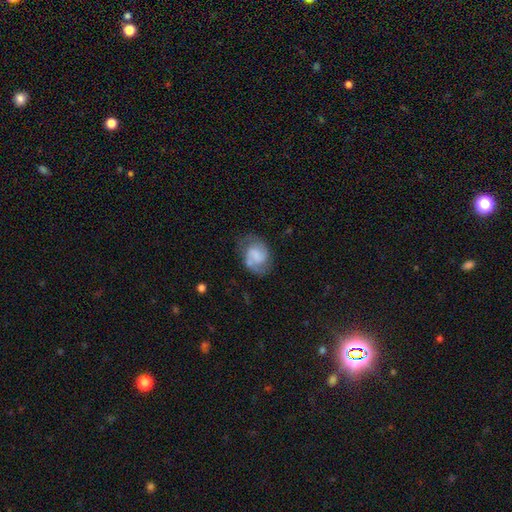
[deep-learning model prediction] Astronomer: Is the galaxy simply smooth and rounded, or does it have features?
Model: featured or disk — 57% (runner-up: smooth, 36%).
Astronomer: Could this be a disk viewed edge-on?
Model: no — 98%.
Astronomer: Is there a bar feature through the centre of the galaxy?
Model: weak — 45% (runner-up: no, 40%).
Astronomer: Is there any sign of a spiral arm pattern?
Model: yes — 85%.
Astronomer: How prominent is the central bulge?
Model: none — 42% (runner-up: small, 23%).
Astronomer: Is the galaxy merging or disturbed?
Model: none — 58%.